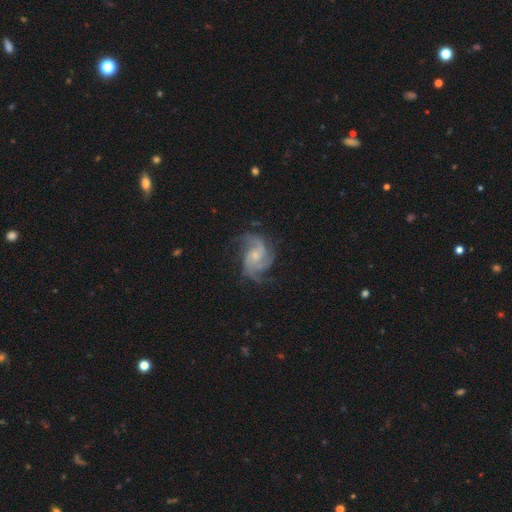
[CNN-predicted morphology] type=featured or disk (88%); edge-on=no (98%); bar=no (66%); spiral arms=yes (98%); winding=medium (52%); arm count=3 (48%); bulge=small (58%); merging=none (67%).